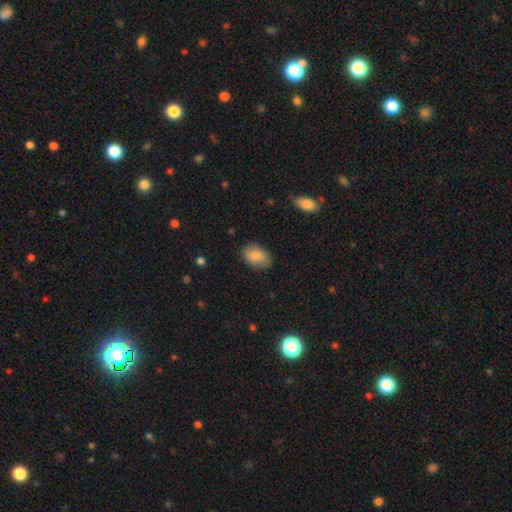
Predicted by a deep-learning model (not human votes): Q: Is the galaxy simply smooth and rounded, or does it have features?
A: smooth — 84%.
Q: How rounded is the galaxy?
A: in between — 87%.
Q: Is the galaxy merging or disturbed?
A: none — 80%.